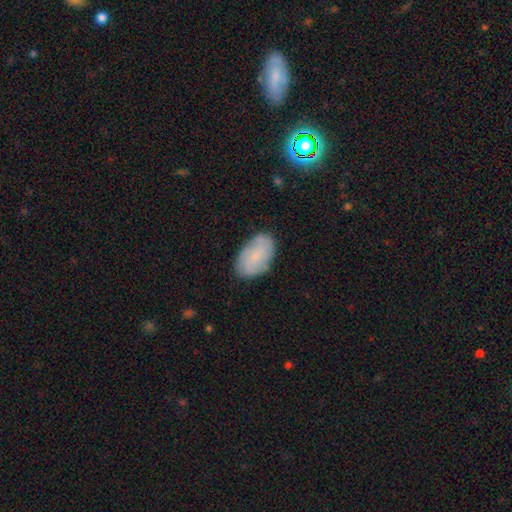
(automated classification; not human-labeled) smooth_or_featured: smooth (p=0.65) [alt: featured or disk p=0.28]
how_rounded: in between (p=0.94) [alt: round p=0.05]
merging: none (p=0.80) [alt: minor disturbance p=0.15]